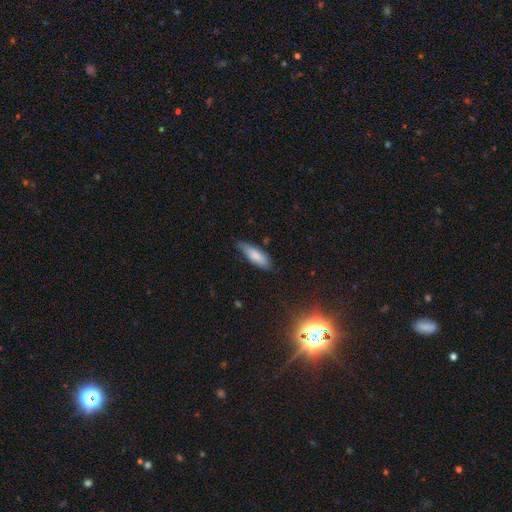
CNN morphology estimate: A smooth galaxy with no disk features (80%) that is in between round and cigar-shaped (58%).

Vote fractions:
- Smooth or featured? smooth: 80% / featured or disk: 14% / star or artifact: 6%
- How rounded? in between: 58% / cigar-shaped: 40% / round: 2%
- Merging? none: 68% / minor disturbance: 26% / major disturbance: 4% / merger: 2%